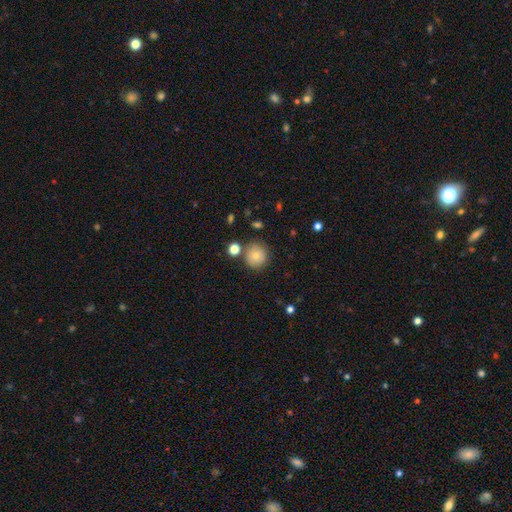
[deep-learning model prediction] smooth 79%, star or artifact 11%, featured or disk 10%. Down the decision tree: how rounded — round (92%); merging — none (80%).